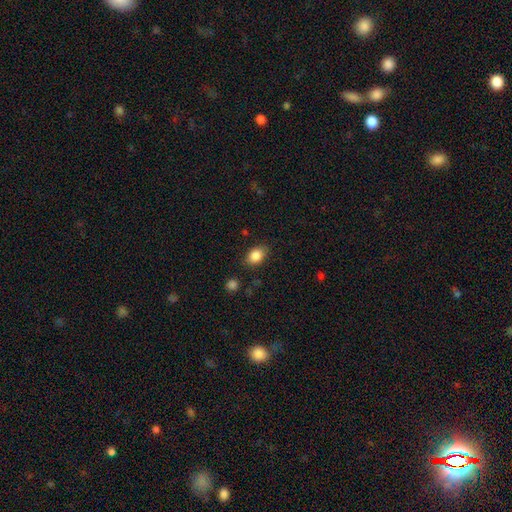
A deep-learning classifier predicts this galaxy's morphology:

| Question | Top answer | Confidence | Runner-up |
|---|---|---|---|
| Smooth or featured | smooth | 86% | star or artifact (9%) |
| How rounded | in between | 73% | round (26%) |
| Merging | none | 82% | minor disturbance (13%) |